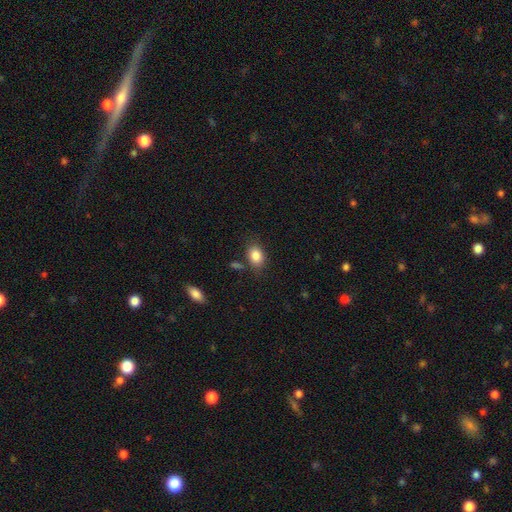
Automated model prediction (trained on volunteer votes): A smooth galaxy with no disk features (84%) that is in between round and cigar-shaped (71%).

Vote fractions:
- Smooth or featured? smooth: 84% / star or artifact: 9% / featured or disk: 7%
- How rounded? in between: 71% / round: 27% / cigar-shaped: 1%
- Merging? none: 77% / minor disturbance: 14% / merger: 5% / major disturbance: 4%